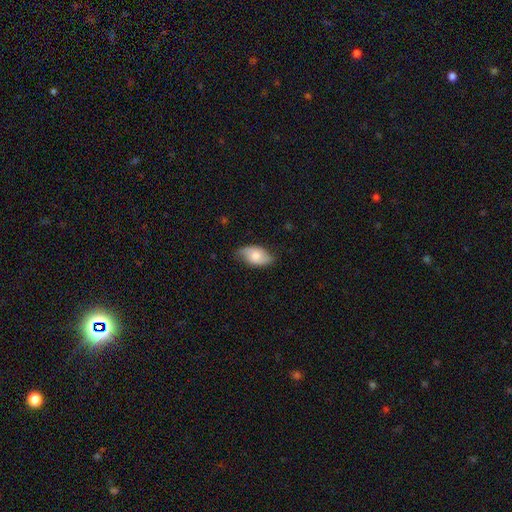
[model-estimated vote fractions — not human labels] smooth-or-featured: smooth: 62% | featured or disk: 31% | star or artifact: 7%
  how-rounded: in between: 92% | round: 5% | cigar-shaped: 3%
  merging: none: 69% | minor disturbance: 25% | major disturbance: 5% | merger: 1%